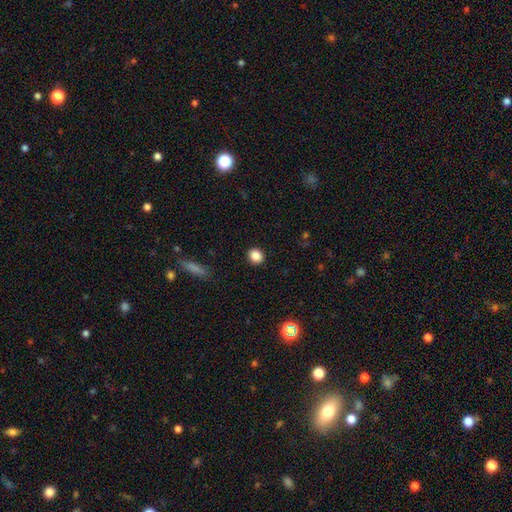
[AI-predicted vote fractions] The model was most divided on "how rounded": round: 69%, in between: 29%, cigar-shaped: 1%. More confident: merging — none (90%); smooth or featured — smooth (86%).